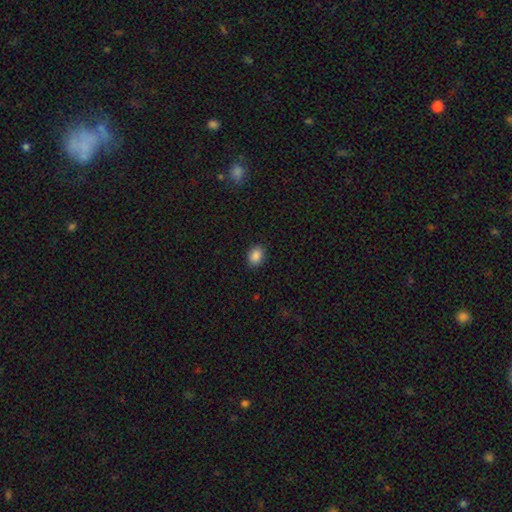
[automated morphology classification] smooth_or_featured: smooth (p=0.88) [alt: star or artifact p=0.09]
how_rounded: in between (p=0.60) [alt: round p=0.39]
merging: none (p=0.89) [alt: minor disturbance p=0.08]